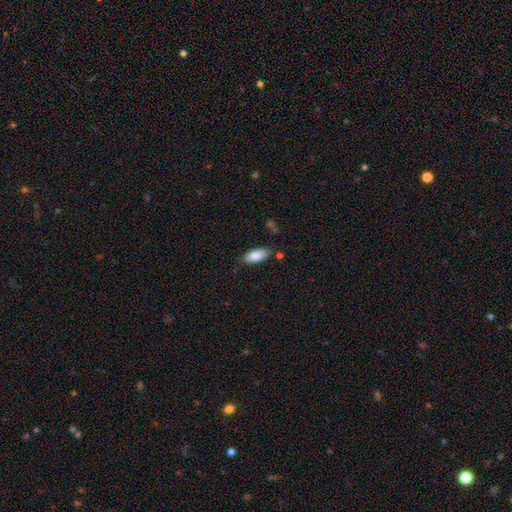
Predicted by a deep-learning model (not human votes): smooth 86%, featured or disk 8%, star or artifact 6%. Down the decision tree: how rounded — in between (82%); merging — none (77%).